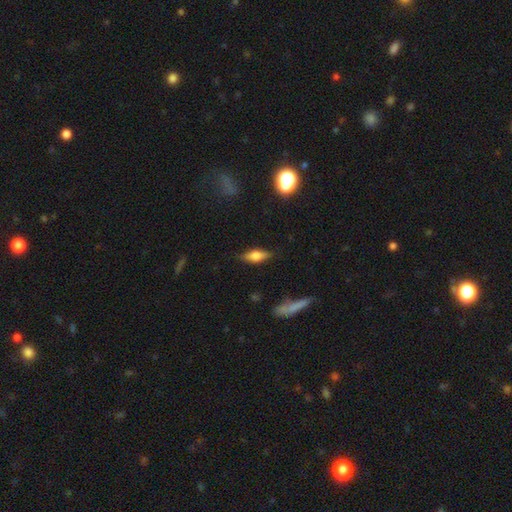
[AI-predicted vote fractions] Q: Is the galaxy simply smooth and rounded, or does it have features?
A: smooth — 58%.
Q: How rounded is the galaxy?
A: in between — 67%.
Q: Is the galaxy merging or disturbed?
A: none — 82%.